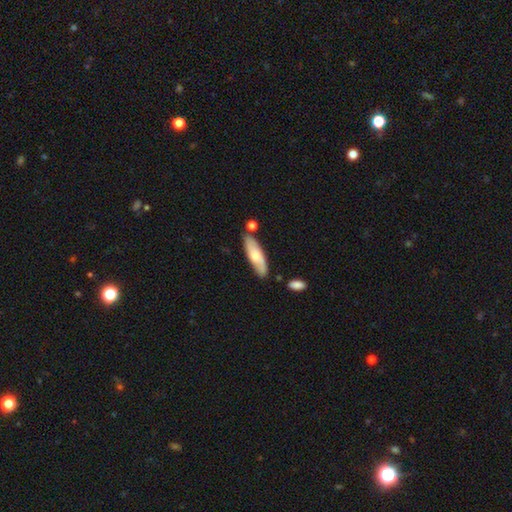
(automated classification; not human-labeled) Overall: smooth (58%; featured or disk 36%). How rounded: cigar-shaped (52%; in between 46%). Merging: none (76%).